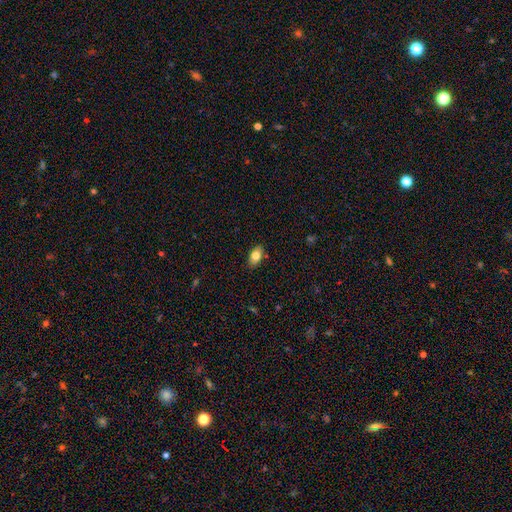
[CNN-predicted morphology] This appears to be a smooth galaxy with no disk features (81%) that is in between round and cigar-shaped (90%). Merging: none (87%).